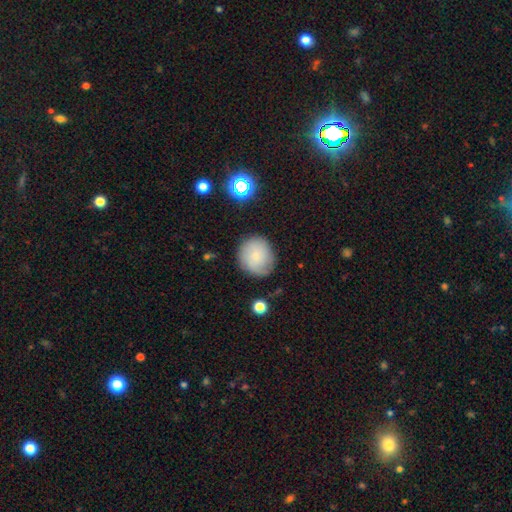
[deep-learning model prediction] Smooth or featured?
  - smooth: 70% *
  - featured or disk: 21%
  - star or artifact: 10%
How rounded?
  - round: 85% *
  - in between: 14%
  - cigar-shaped: 1%
Merging?
  - none: 78% *
  - minor disturbance: 16%
  - major disturbance: 5%
  - merger: 2%